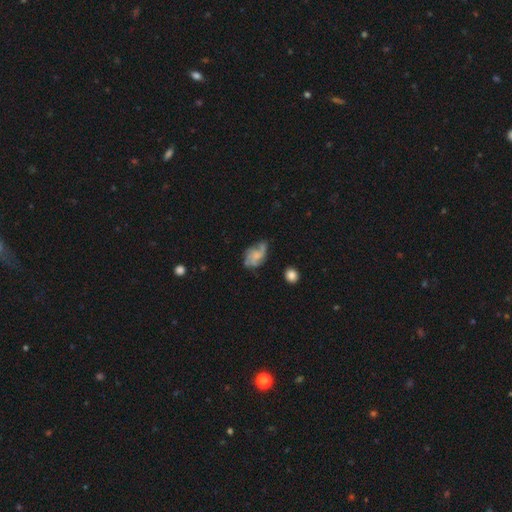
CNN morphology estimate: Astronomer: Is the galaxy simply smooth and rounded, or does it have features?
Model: featured or disk — 64%.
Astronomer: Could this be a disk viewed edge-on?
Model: no — 97%.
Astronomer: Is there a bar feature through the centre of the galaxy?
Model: no — 73%.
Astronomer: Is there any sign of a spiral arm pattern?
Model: yes — 85%.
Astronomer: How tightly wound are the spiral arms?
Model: medium — 43% (runner-up: loose, 30%).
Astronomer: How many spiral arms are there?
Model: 3 — 37% (runner-up: can't tell, 22%).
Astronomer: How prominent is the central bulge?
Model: small — 39% (runner-up: none, 34%).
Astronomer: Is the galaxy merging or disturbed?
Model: none — 52%.